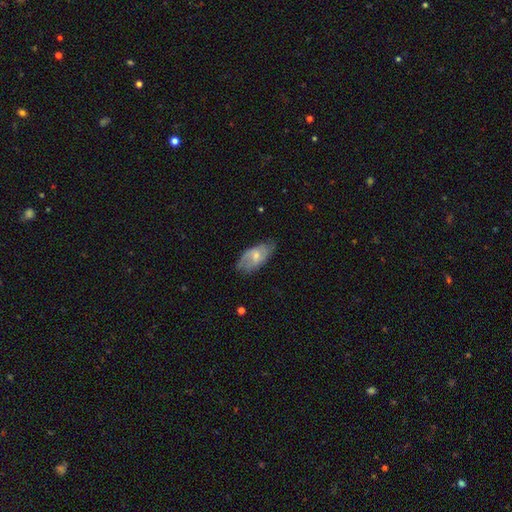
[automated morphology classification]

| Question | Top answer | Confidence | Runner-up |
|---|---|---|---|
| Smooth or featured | featured or disk | 54% | smooth (40%) |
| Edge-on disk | no | 92% | yes (8%) |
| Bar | no | 53% | weak (40%) |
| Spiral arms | yes | 80% | no (20%) |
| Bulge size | small | 47% | moderate (45%) |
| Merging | none | 67% | minor disturbance (25%) |